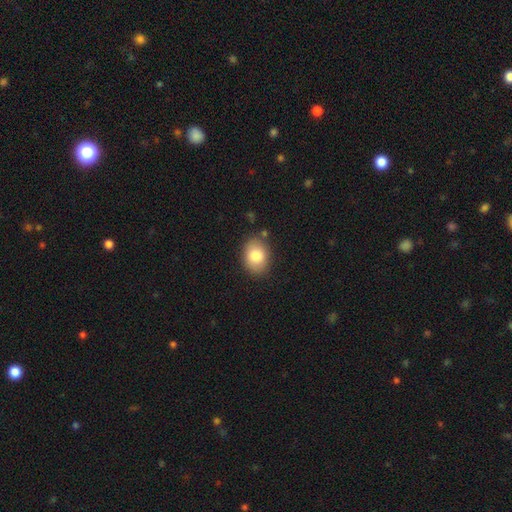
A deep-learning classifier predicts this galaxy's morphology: A smooth galaxy with no disk features (82%) that is in between round and cigar-shaped (63%).

Vote fractions:
- Smooth or featured? smooth: 82% / featured or disk: 10% / star or artifact: 8%
- How rounded? in between: 63% / round: 36% / cigar-shaped: 1%
- Merging? none: 82% / minor disturbance: 13% / major disturbance: 3% / merger: 3%